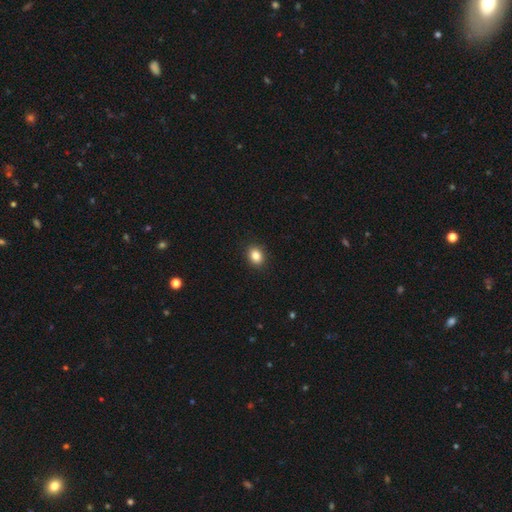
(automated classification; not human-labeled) smooth 85%, star or artifact 10%, featured or disk 5%. Down the decision tree: how rounded — in between (54%); merging — none (90%).